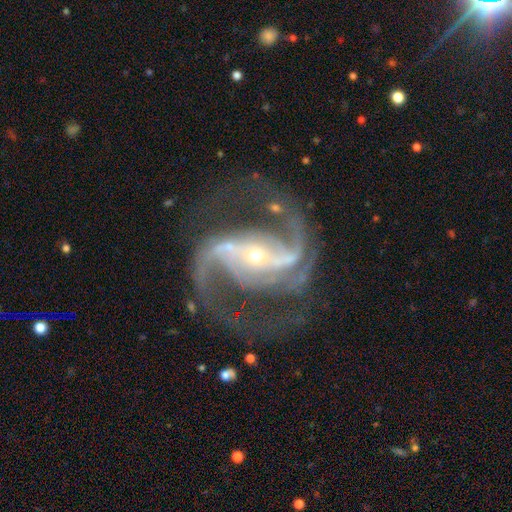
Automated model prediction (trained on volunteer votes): Smooth or featured? featured or disk (93%)
Edge-on disk? no (98%)
Bar? strong (48%)
Spiral arms? yes (99%)
Spiral winding? medium (61%)
Spiral arm count? 2 (78%)
Bulge size? small (72%)
Merging? none (72%)